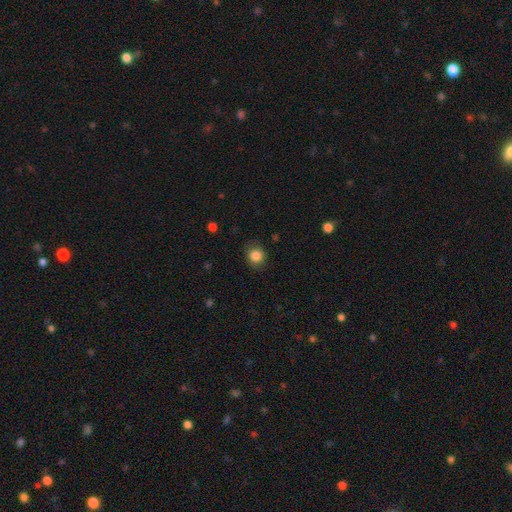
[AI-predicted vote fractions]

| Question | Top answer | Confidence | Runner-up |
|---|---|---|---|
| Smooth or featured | smooth | 85% | star or artifact (10%) |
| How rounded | round | 79% | in between (20%) |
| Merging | none | 81% | minor disturbance (14%) |